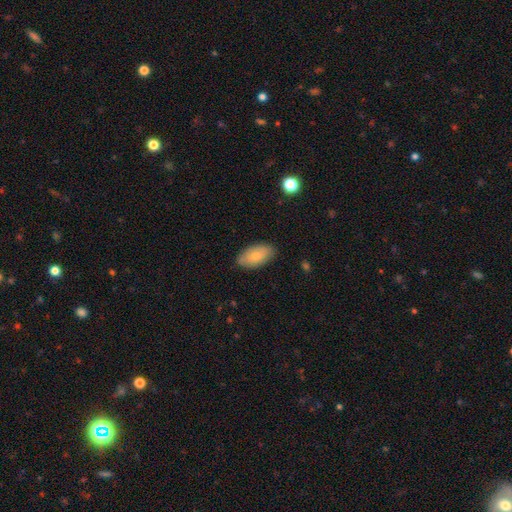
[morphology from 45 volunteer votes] A smooth galaxy with no disk features (71%) that is in between round and cigar-shaped (100%). Merging: none (93%).